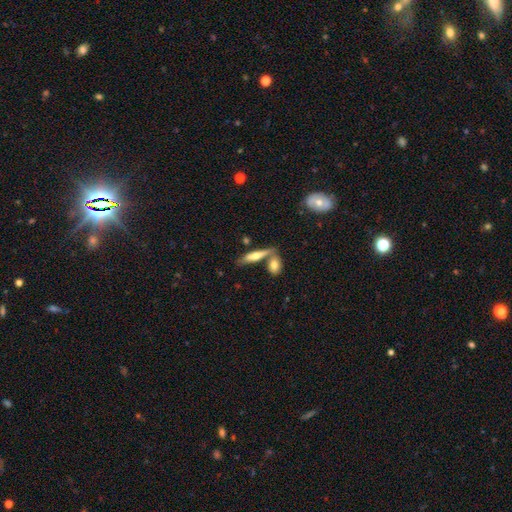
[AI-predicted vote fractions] Smooth or featured?
  - smooth: 54% *
  - featured or disk: 39%
  - star or artifact: 7%
How rounded?
  - cigar-shaped: 68% *
  - in between: 29%
  - round: 3%
Merging?
  - none: 55% *
  - merger: 29%
  - minor disturbance: 12%
  - major disturbance: 4%